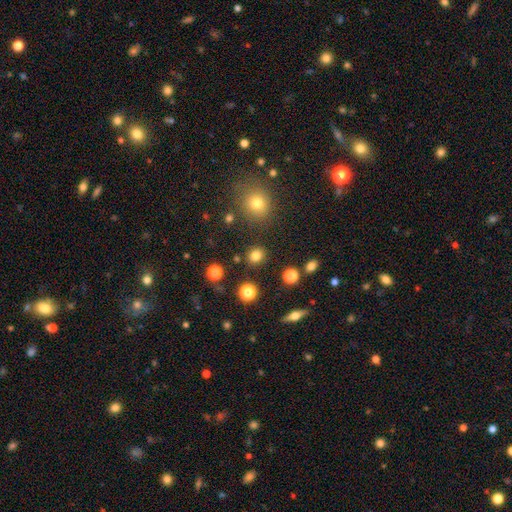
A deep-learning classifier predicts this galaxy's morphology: smooth 81%, star or artifact 14%, featured or disk 6%. Down the decision tree: how rounded — round (82%); merging — none (88%).